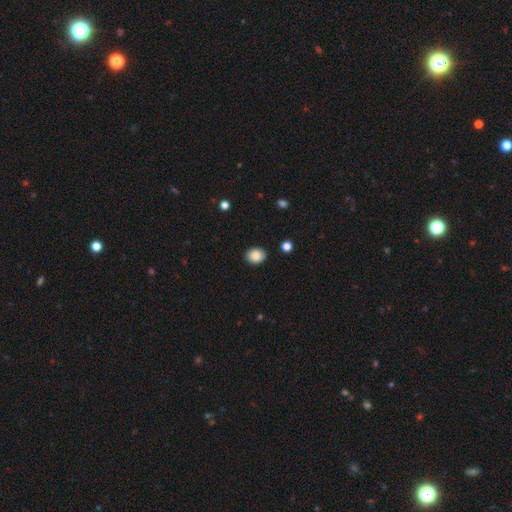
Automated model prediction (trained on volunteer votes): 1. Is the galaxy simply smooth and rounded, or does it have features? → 85% smooth, 9% star or artifact, 7% featured or disk.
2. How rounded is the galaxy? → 50% round, 49% in between, 1% cigar-shaped.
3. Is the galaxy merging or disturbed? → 89% none, 8% minor disturbance, 2% major disturbance, 1% merger.